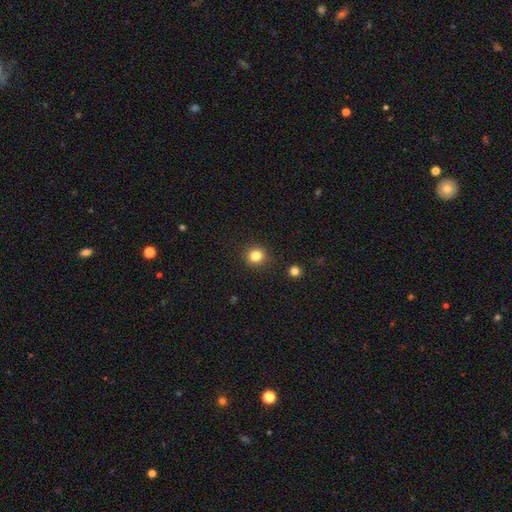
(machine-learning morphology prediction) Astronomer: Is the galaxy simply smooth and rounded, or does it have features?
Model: smooth — 82%.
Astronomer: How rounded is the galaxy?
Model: round — 86%.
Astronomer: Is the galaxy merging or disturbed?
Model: none — 90%.